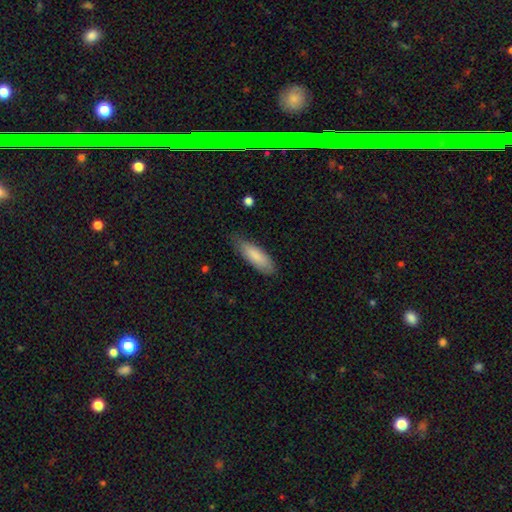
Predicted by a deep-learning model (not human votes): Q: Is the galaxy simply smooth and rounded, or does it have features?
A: smooth — 85%.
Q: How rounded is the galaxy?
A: in between — 56%.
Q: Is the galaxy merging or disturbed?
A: none — 74%.